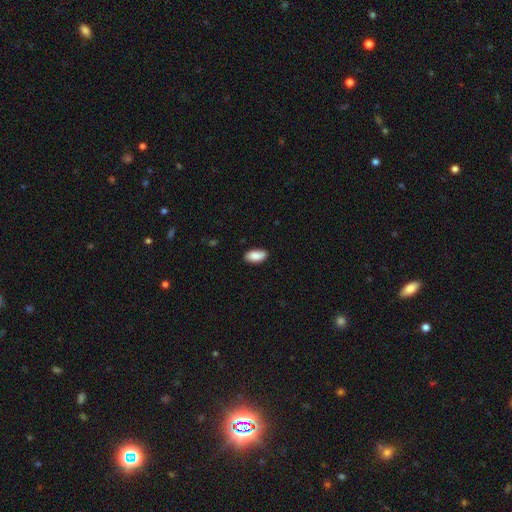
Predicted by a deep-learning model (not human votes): smooth 88%, star or artifact 6%, featured or disk 6%. Down the decision tree: how rounded — in between (91%); merging — none (82%).